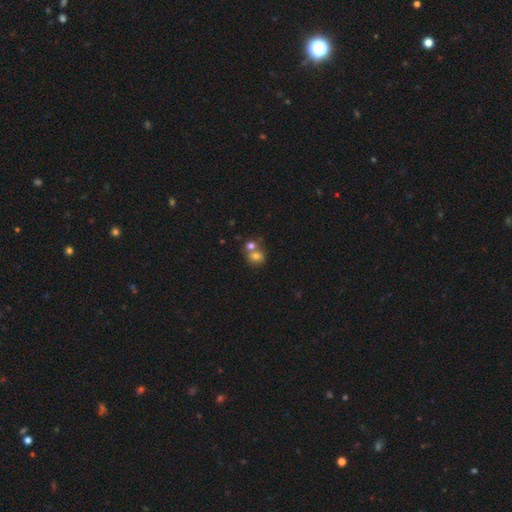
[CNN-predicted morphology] smooth 74%, featured or disk 14%, star or artifact 12%. Down the decision tree: how rounded — round (64%); merging — merger (55%).